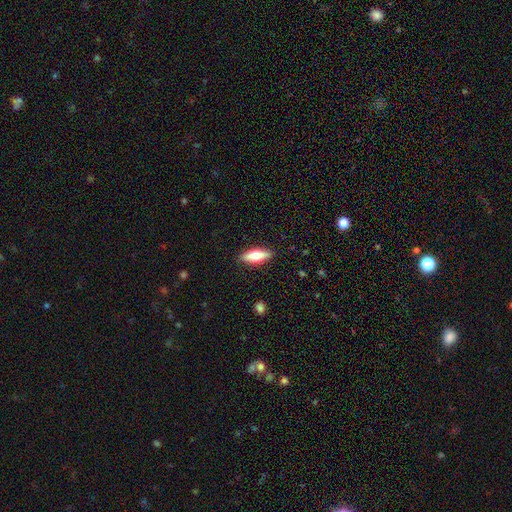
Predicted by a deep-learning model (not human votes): A smooth galaxy with no disk features (56%) that is in between round and cigar-shaped (51%).

Vote fractions:
- Smooth or featured? smooth: 56% / featured or disk: 38% / star or artifact: 6%
- How rounded? in between: 51% / cigar-shaped: 47% / round: 3%
- Merging? none: 89% / minor disturbance: 8% / major disturbance: 2% / merger: 1%